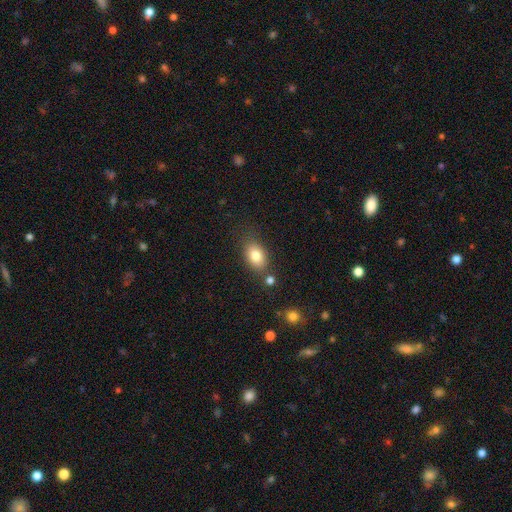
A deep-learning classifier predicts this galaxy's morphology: Smooth or featured?
  - smooth: 80% *
  - featured or disk: 11%
  - star or artifact: 9%
How rounded?
  - in between: 84% *
  - round: 14%
  - cigar-shaped: 2%
Merging?
  - none: 74% *
  - minor disturbance: 14%
  - merger: 8%
  - major disturbance: 4%